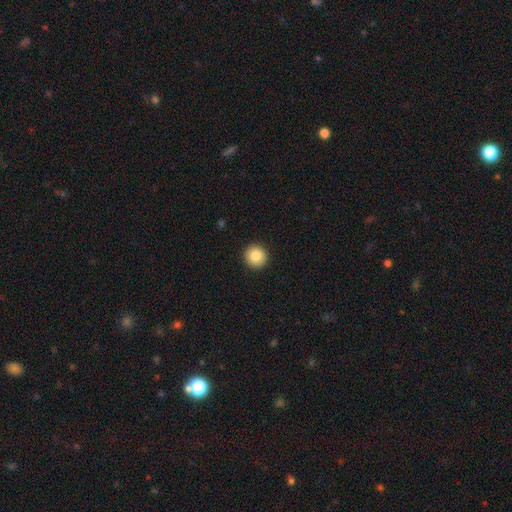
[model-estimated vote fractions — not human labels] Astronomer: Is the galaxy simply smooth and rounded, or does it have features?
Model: smooth — 84%.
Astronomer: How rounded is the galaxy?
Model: round — 96%.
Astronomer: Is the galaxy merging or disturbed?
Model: none — 93%.